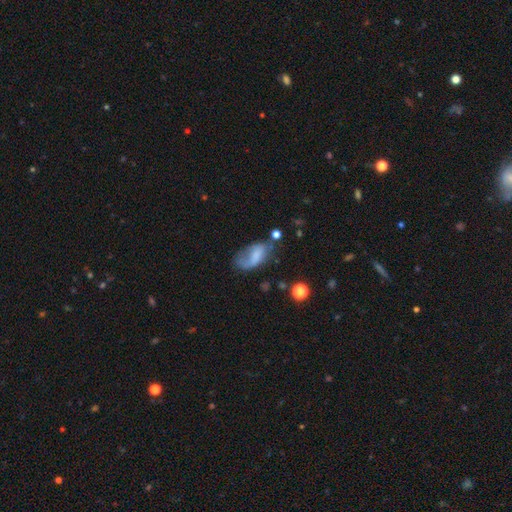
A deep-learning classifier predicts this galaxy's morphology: type=smooth (57%); roundness=in between (90%); merging=none (33%).